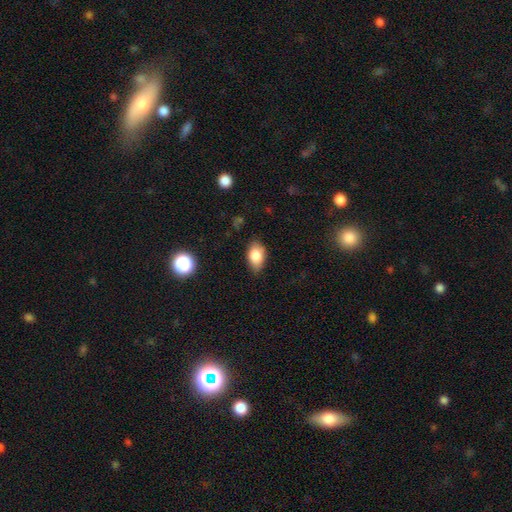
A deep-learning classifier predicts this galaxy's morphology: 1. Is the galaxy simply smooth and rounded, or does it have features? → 82% smooth, 10% featured or disk, 8% star or artifact.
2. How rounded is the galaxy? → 89% in between, 9% round, 2% cigar-shaped.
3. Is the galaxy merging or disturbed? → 76% none, 19% minor disturbance, 3% major disturbance, 1% merger.